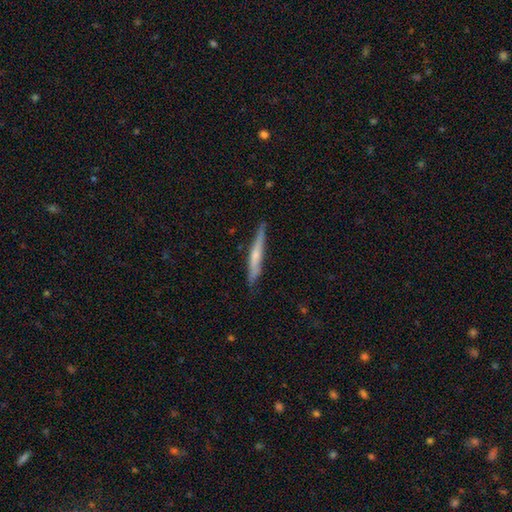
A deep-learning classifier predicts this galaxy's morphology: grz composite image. It shows a smooth galaxy with no disk features (47%, tied with featured or disk). Merging: none (82%).